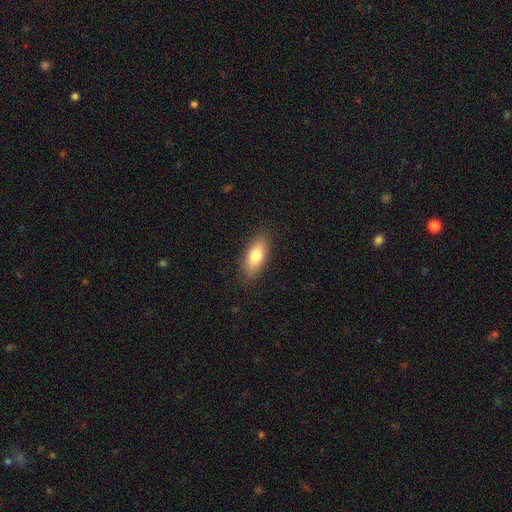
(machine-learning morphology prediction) type=smooth (77%); roundness=in between (81%); merging=none (87%).